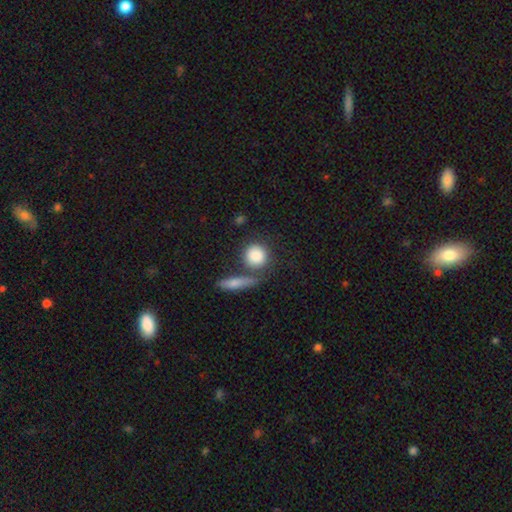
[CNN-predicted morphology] Smooth or featured: smooth — 86% (star or artifact — 7%)
How rounded: round — 84% (in between — 12%)
Merging: none — 65% (merger — 18%)